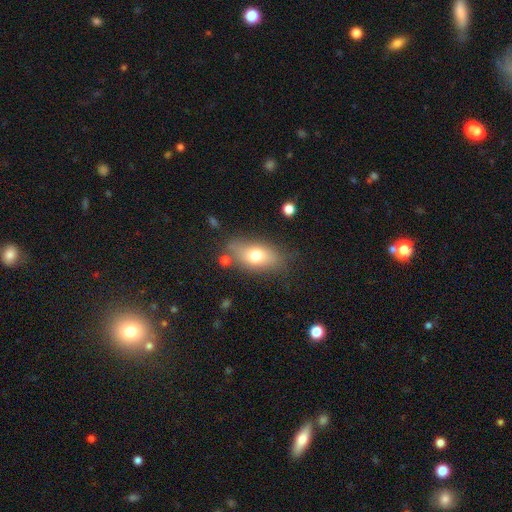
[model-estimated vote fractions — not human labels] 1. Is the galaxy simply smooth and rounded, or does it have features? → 72% smooth, 19% featured or disk, 9% star or artifact.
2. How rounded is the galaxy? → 85% in between, 9% round, 6% cigar-shaped.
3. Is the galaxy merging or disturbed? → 72% none, 17% minor disturbance, 6% major disturbance, 5% merger.